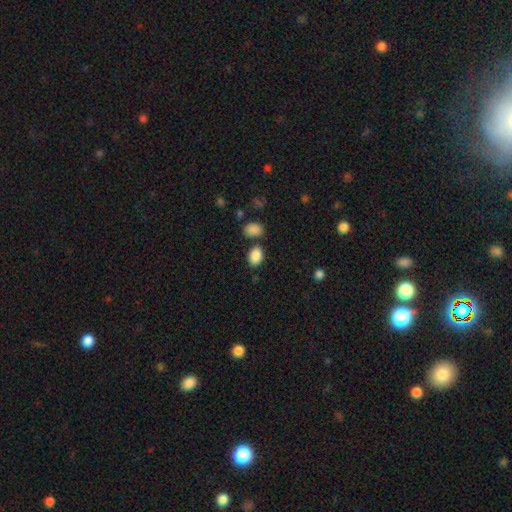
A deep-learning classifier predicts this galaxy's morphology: Smooth or featured: smooth — 88% (star or artifact — 8%)
How rounded: in between — 81% (round — 18%)
Merging: none — 74% (minor disturbance — 12%)